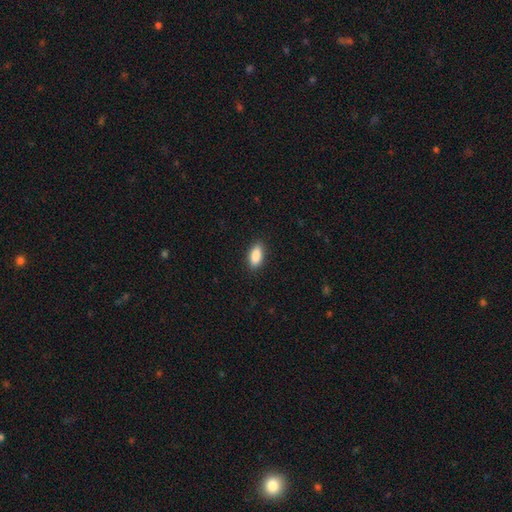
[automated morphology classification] The model was most divided on "how rounded": in between: 88%, cigar-shaped: 9%, round: 3%. More confident: merging — none (89%); smooth or featured — smooth (89%).